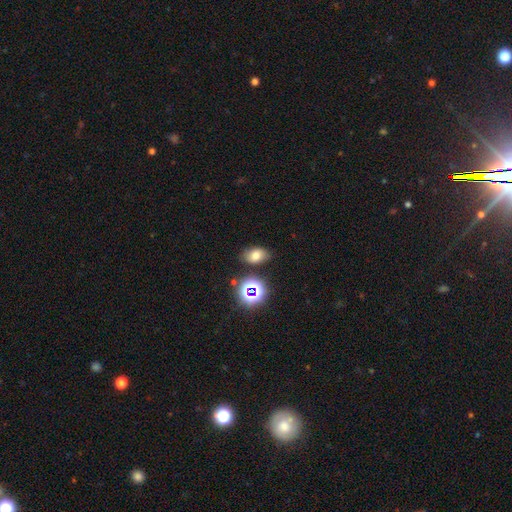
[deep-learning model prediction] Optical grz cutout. It shows a smooth galaxy with no disk features (69%) that is in between round and cigar-shaped (82%). Merging: none (79%).